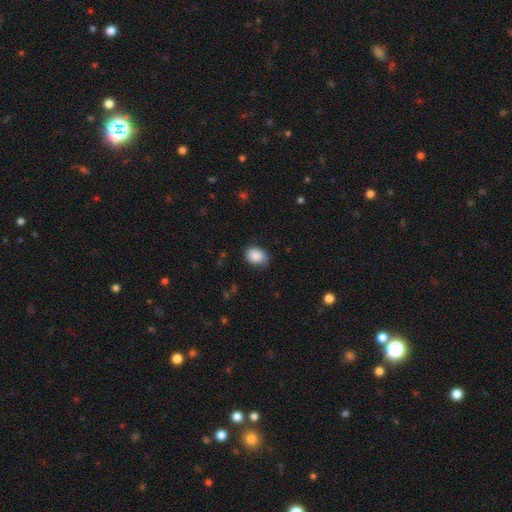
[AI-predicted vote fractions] Morphology: type=smooth (86%); roundness=in between (57%); merging=none (70%).